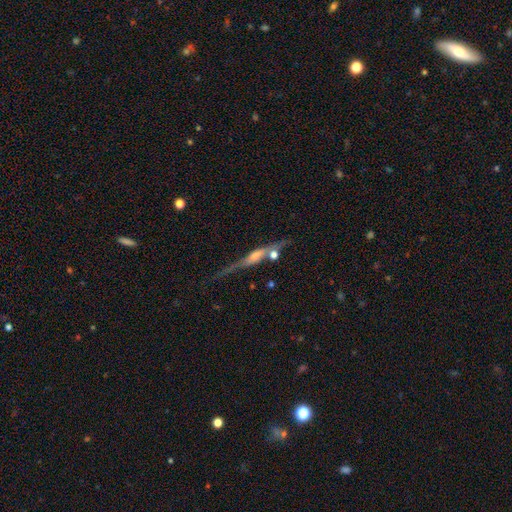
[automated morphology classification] The model was most divided on "merging": none: 52%, minor disturbance: 19%, merger: 17%, major disturbance: 11%. More confident: edge-on disk — yes (89%); smooth or featured — featured or disk (68%); edge-on bulge — rounded (64%).